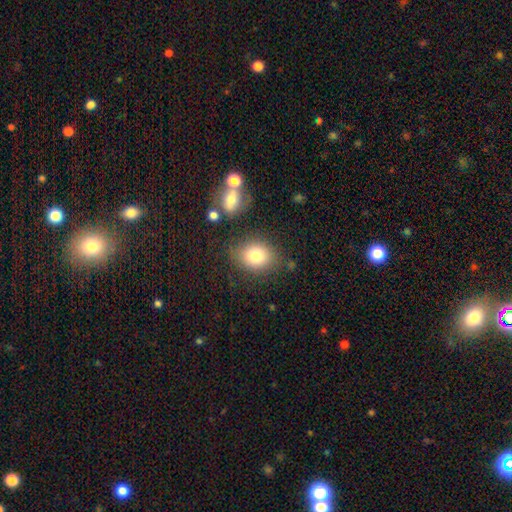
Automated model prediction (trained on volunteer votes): A smooth galaxy with no disk features (79%) that is round (51%).

Vote fractions:
- Smooth or featured? smooth: 79% / featured or disk: 11% / star or artifact: 10%
- How rounded? round: 51% / in between: 48% / cigar-shaped: 1%
- Merging? none: 77% / minor disturbance: 13% / merger: 5% / major disturbance: 5%